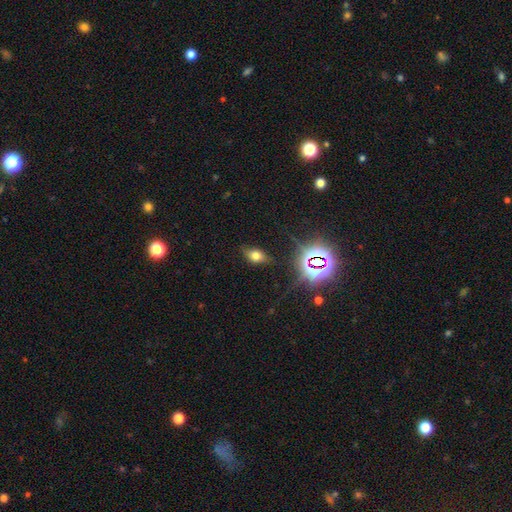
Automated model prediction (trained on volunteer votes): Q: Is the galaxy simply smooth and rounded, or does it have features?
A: smooth — 63%.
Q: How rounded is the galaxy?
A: in between — 81%.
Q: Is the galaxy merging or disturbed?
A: none — 77%.